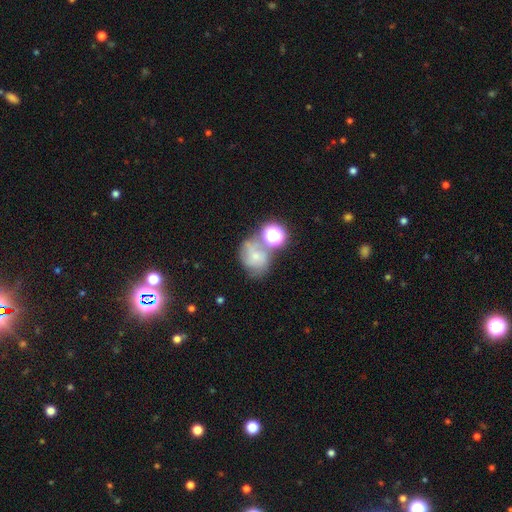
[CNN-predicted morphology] The model was most divided on "smooth or featured": smooth: 44%, featured or disk: 38%, star or artifact: 18%. Remaining: merging — none (39%).